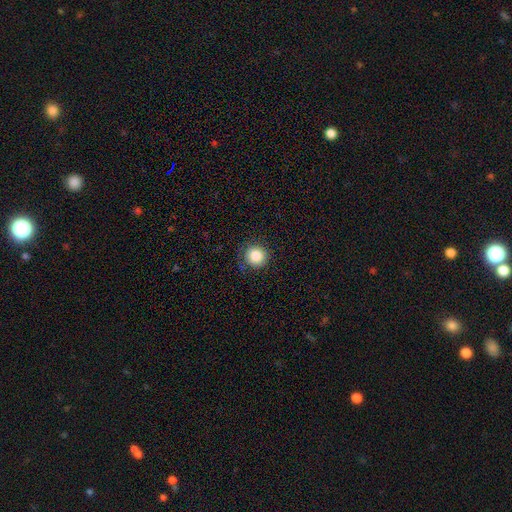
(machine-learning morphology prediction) Smooth or featured: smooth — 85% (star or artifact — 10%)
How rounded: round — 94% (in between — 5%)
Merging: none — 85% (minor disturbance — 10%)